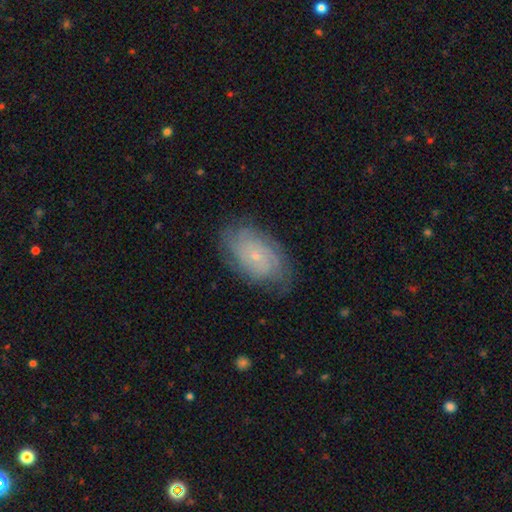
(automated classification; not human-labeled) Morphology: type=featured or disk (68%); edge-on=no (96%); bar=no (80%); spiral arms=yes (89%); winding=tight (67%); arm count=can't tell (51%); bulge=small (83%); merging=none (76%).